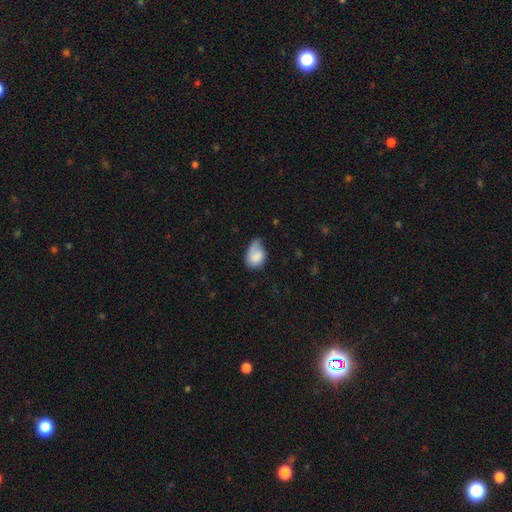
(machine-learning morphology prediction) Q: Smooth or featured?
A: smooth (80%); runner-up: featured or disk (13%)
Q: How rounded?
A: in between (79%); runner-up: round (20%)
Q: Merging?
A: minor disturbance (45%); runner-up: none (30%)